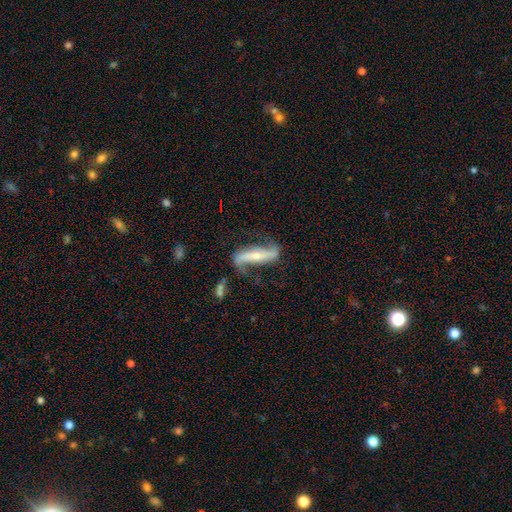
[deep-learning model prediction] A featured or disk galaxy (78%) with a strong bar (56%), 2 (90%) loose (78%) spiral arms (91%) and a small central bulge (54%). Merging: none (63%).